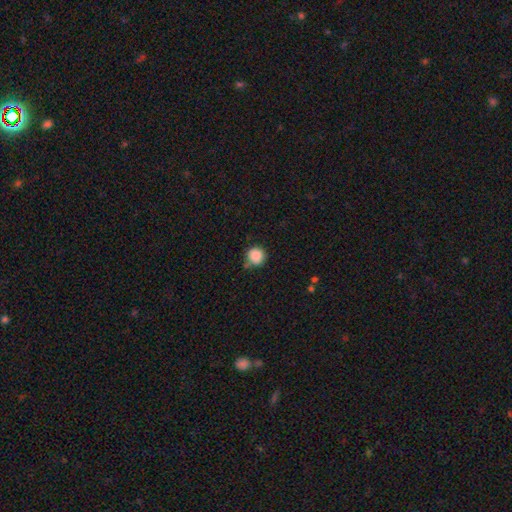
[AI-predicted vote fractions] smooth_or_featured: smooth (p=0.87) [alt: star or artifact p=0.09]
how_rounded: round (p=0.93) [alt: in between p=0.06]
merging: none (p=0.72) [alt: minor disturbance p=0.16]